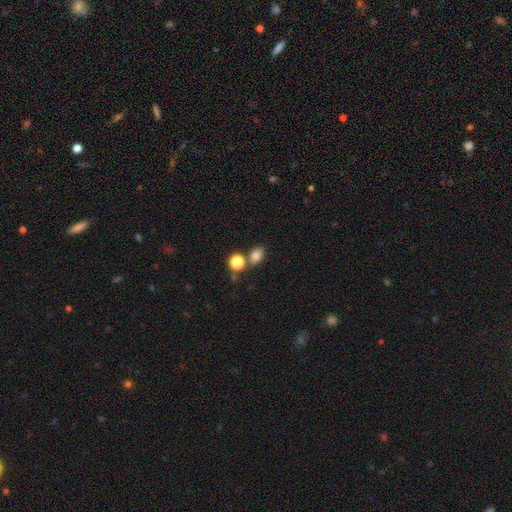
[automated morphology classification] smooth-or-featured: smooth: 79% | star or artifact: 13% | featured or disk: 8%
  how-rounded: in between: 67% | round: 32% | cigar-shaped: 1%
  merging: none: 68% | merger: 18% | minor disturbance: 11% | major disturbance: 3%